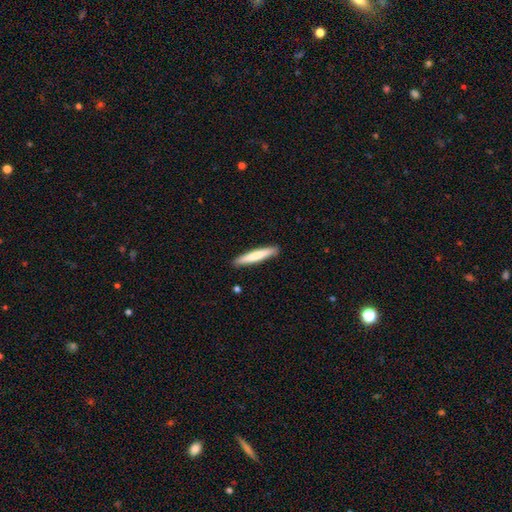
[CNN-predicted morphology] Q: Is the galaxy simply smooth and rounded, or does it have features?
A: smooth — 74%.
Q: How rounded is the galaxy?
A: cigar-shaped — 92%.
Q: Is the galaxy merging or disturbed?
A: none — 90%.